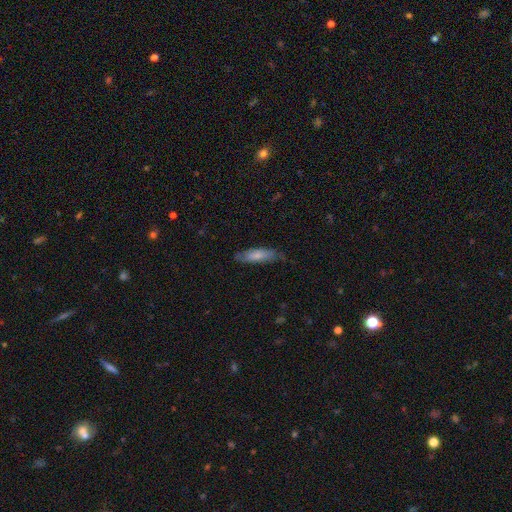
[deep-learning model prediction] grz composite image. It shows a smooth galaxy with no disk features (63%) that is cigar-shaped (66%). Merging: none (75%).